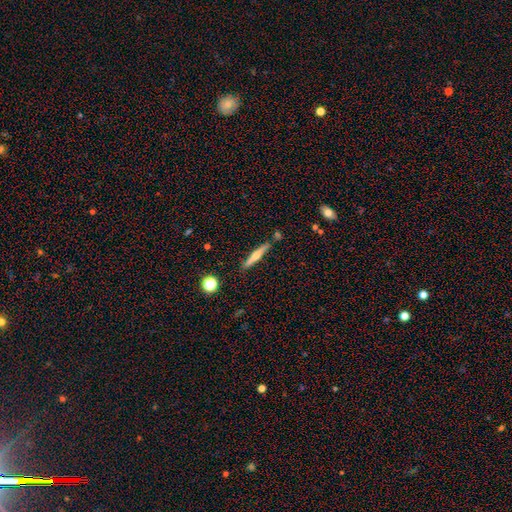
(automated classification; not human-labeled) The model was most divided on "smooth or featured": featured or disk: 52%, smooth: 42%, star or artifact: 7%. More confident: edge-on disk — yes (96%); merging — none (83%).